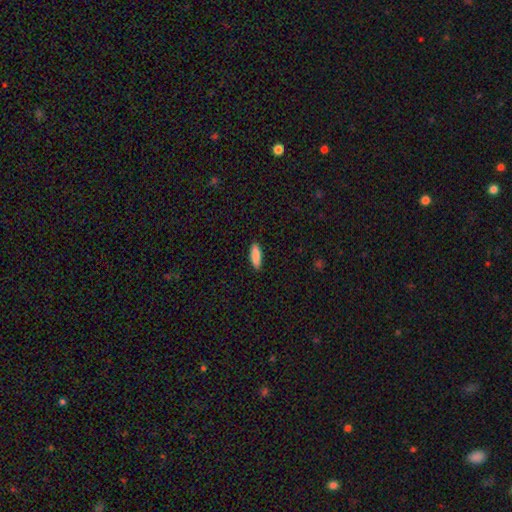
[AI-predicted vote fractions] The model was most divided on "how rounded": in between: 60%, cigar-shaped: 38%, round: 2%. More confident: merging — none (89%); smooth or featured — smooth (88%).